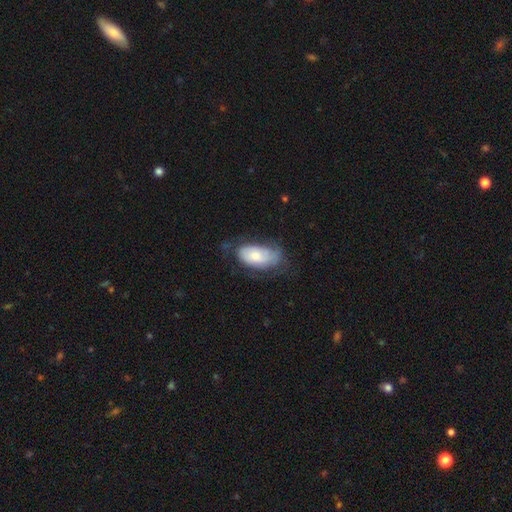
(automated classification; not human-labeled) The model was most divided on "merging": none: 50%, minor disturbance: 32%, major disturbance: 16%, merger: 2%. More confident: how rounded — in between (94%); smooth or featured — smooth (61%).